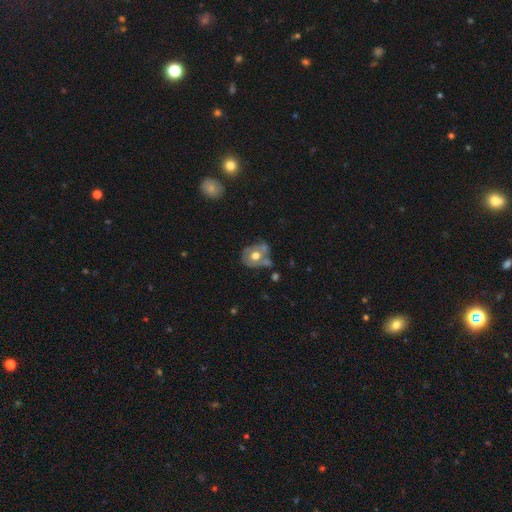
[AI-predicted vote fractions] Q: Smooth or featured?
A: featured or disk (51%); runner-up: smooth (42%)
Q: Edge-on disk?
A: no (95%); runner-up: yes (5%)
Q: Merging?
A: none (42%); runner-up: minor disturbance (25%)